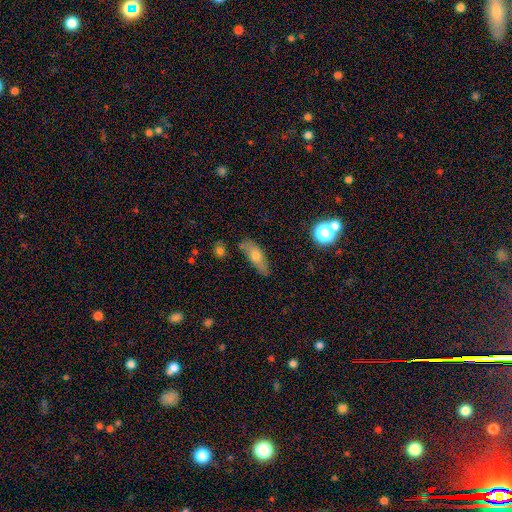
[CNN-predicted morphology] Q: Smooth or featured?
A: smooth (62%); runner-up: featured or disk (30%)
Q: How rounded?
A: in between (56%); runner-up: cigar-shaped (39%)
Q: Merging?
A: none (69%); runner-up: minor disturbance (21%)